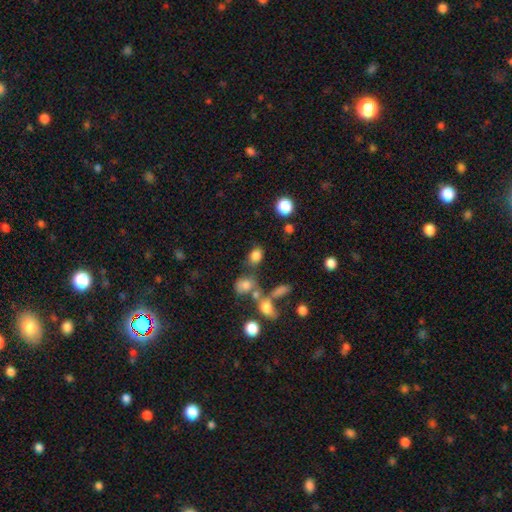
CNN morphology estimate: A smooth galaxy with no disk features (80%) that is in between round and cigar-shaped (63%).

Vote fractions:
- Smooth or featured? smooth: 80% / star or artifact: 13% / featured or disk: 7%
- How rounded? in between: 63% / round: 35% / cigar-shaped: 2%
- Merging? none: 59% / merger: 17% / minor disturbance: 16% / major disturbance: 8%